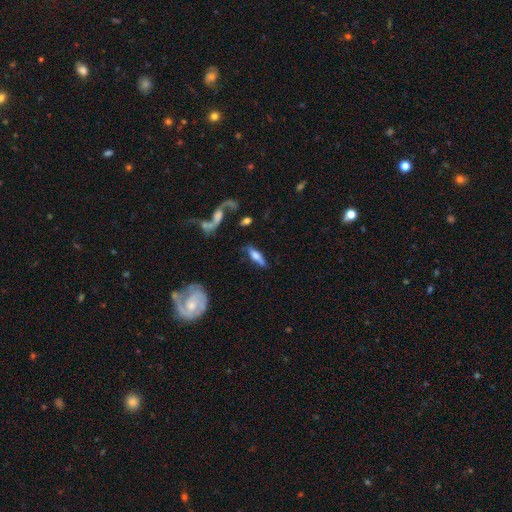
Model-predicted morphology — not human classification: Smooth or featured? featured or disk (50%)
Edge-on disk? yes (78%)
Merging? none (67%)